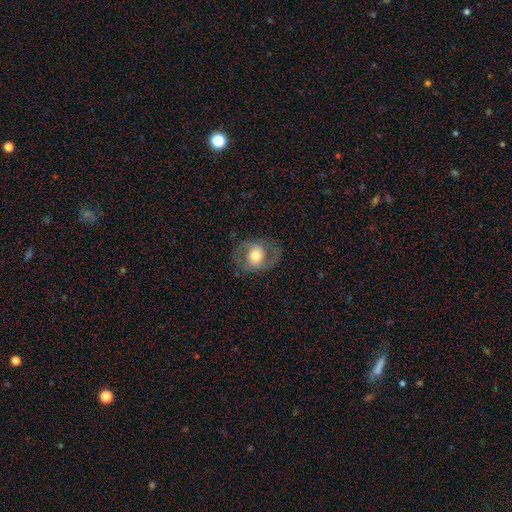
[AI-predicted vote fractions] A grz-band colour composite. It shows a featured or disk galaxy (47%). Merging: none (73%).